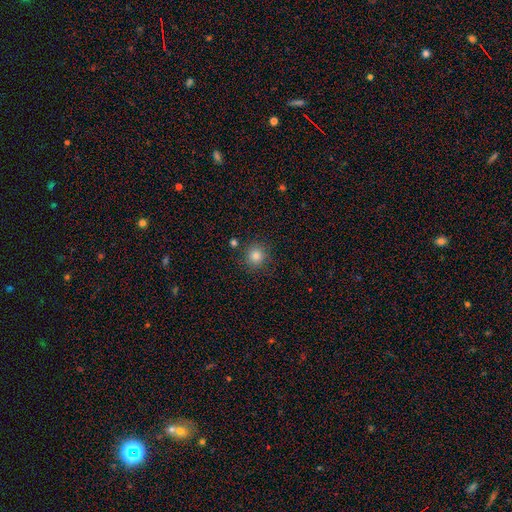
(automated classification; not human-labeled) smooth_or_featured: smooth (p=0.83) [alt: star or artifact p=0.12]
how_rounded: round (p=0.91) [alt: in between p=0.08]
merging: none (p=0.85) [alt: minor disturbance p=0.09]